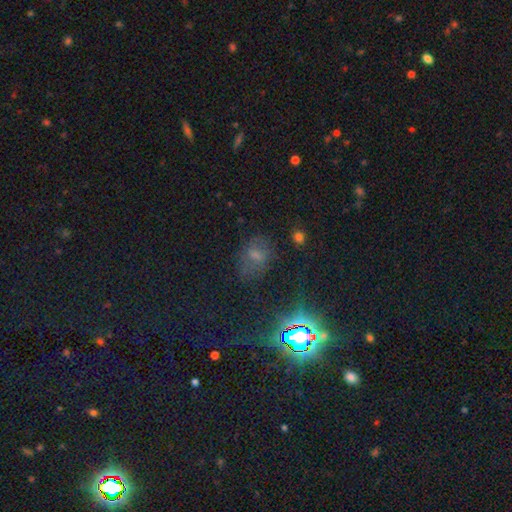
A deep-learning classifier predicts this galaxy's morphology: The model was most divided on "smooth or featured": smooth: 48%, star or artifact: 36%, featured or disk: 17%. More confident: merging — none (66%).